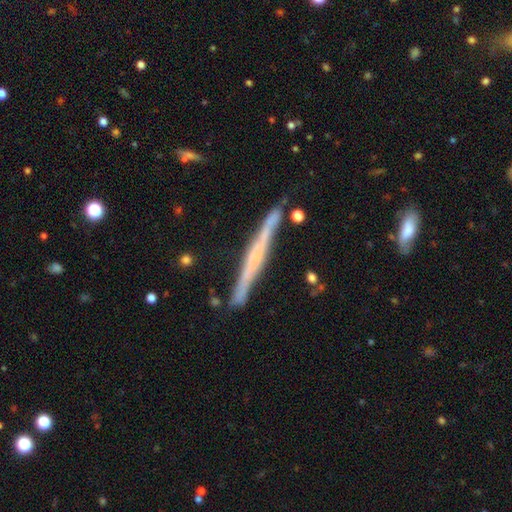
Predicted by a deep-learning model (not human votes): smooth-or-featured: featured or disk: 72% | smooth: 22% | star or artifact: 6%
  disk-edge-on: yes: 98% | no: 2%
    edge-on-bulge: none: 49% | rounded: 37% | boxy: 14%
  merging: none: 85% | minor disturbance: 10% | merger: 3% | major disturbance: 2%